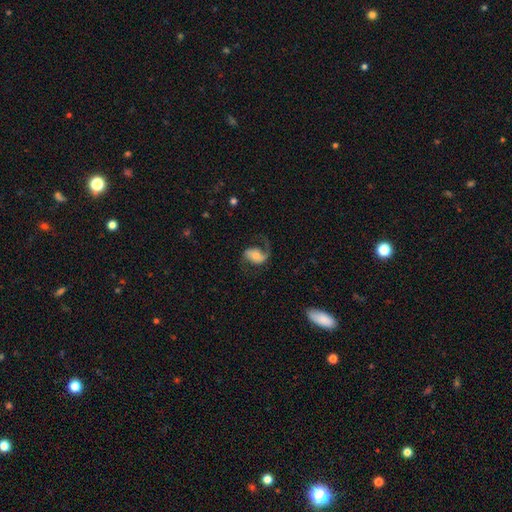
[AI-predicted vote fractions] smooth-or-featured: featured or disk: 72% | smooth: 21% | star or artifact: 7%
  disk-edge-on: no: 97% | yes: 3%
    bar: no: 47% | weak: 33% | strong: 20%
    has-spiral-arms: yes: 93% | no: 7%
      spiral-winding: loose: 57% | medium: 35% | tight: 9%
      spiral-arm-count: 2: 70% | 1: 25% | can't tell: 3% | 3: 1% | 4: 1% | more than 4: 1%
    bulge-size: moderate: 47% | small: 38% | large: 9% | none: 4% | dominant: 3%
  merging: none: 59% | major disturbance: 22% | minor disturbance: 17% | merger: 2%